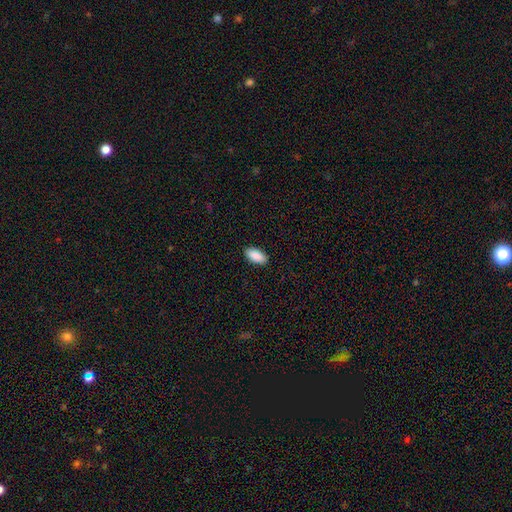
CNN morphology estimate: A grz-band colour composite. It shows a smooth galaxy with no disk features (91%) that is in between round and cigar-shaped (93%). Merging: none (90%).